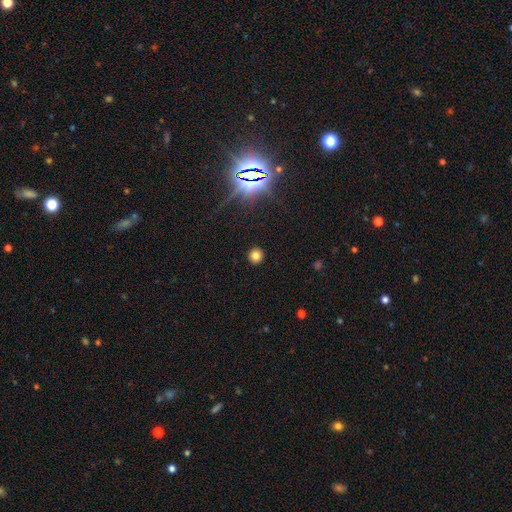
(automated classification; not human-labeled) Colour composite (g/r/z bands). It shows a smooth galaxy with no disk features (78%) that is round (94%). Merging: none (92%).